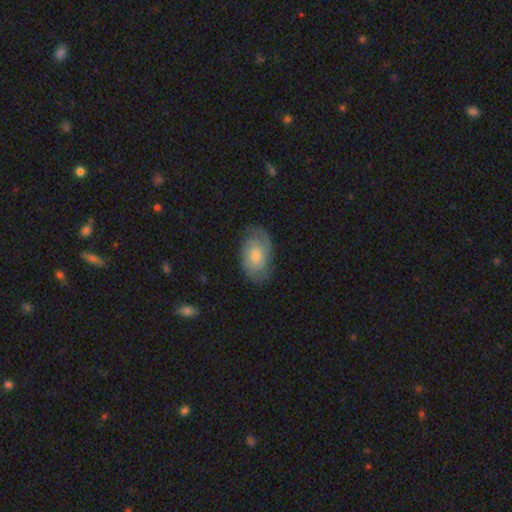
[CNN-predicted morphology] Smooth or featured?
  - featured or disk: 50% *
  - smooth: 43%
  - star or artifact: 7%
Merging?
  - none: 74% *
  - minor disturbance: 19%
  - major disturbance: 6%
  - merger: 1%